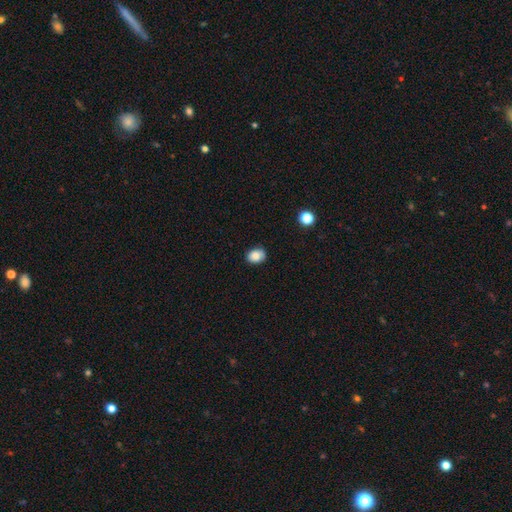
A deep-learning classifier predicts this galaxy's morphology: Smooth or featured: smooth — 85% (star or artifact — 9%)
How rounded: in between — 56% (round — 43%)
Merging: none — 85% (minor disturbance — 12%)